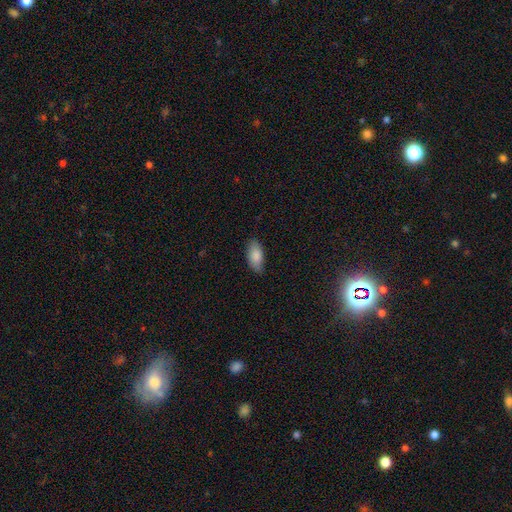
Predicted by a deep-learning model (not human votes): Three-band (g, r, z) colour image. It shows a smooth galaxy with no disk features (86%) that is in between round and cigar-shaped (91%). Merging: none (78%).